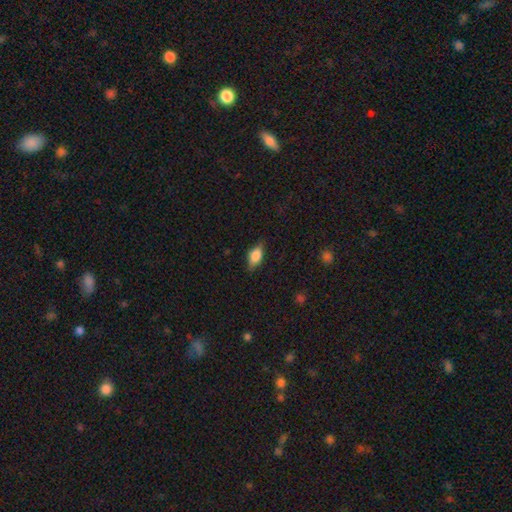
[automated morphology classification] This is likely a smooth galaxy (72%). How rounded: clearly in between (83%). Merging: likely none (79%).